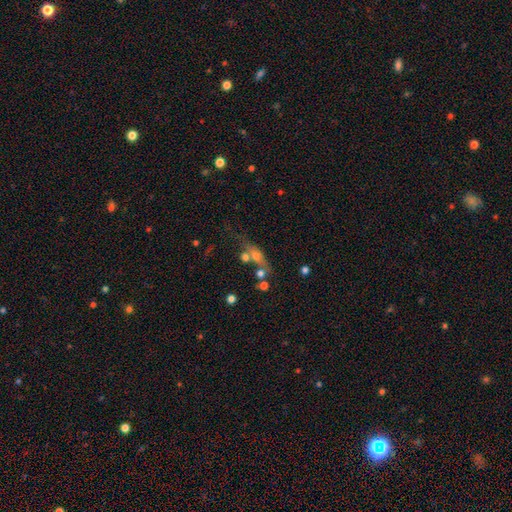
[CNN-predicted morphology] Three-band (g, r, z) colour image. It shows a smooth galaxy with no disk features (46%). Merging: none (39%).